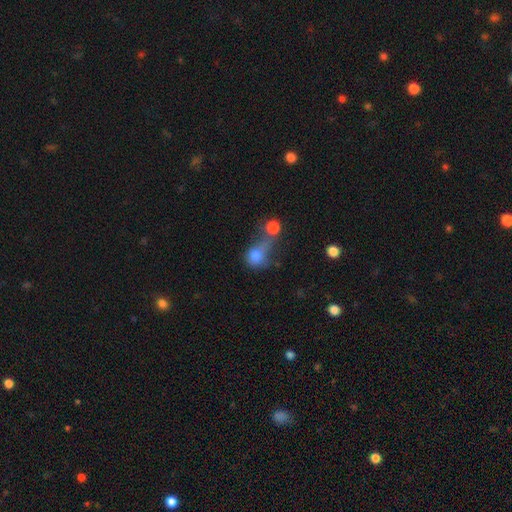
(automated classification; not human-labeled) Smooth or featured: smooth — 76% (featured or disk — 13%)
How rounded: round — 63% (in between — 35%)
Merging: merger — 55% (none — 18%)